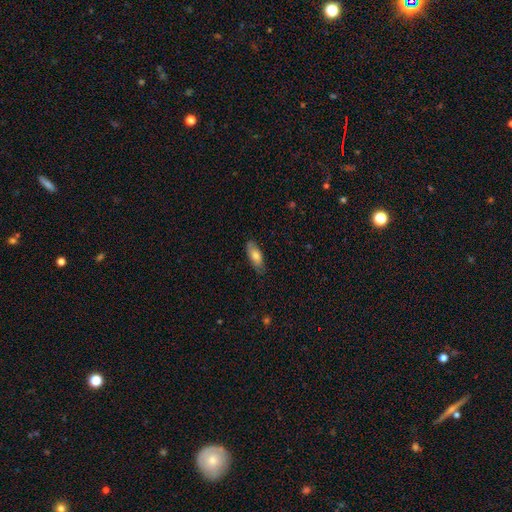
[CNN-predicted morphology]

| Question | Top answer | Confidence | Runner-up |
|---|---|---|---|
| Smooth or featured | smooth | 74% | featured or disk (20%) |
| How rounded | in between | 73% | cigar-shaped (25%) |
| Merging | none | 83% | minor disturbance (14%) |